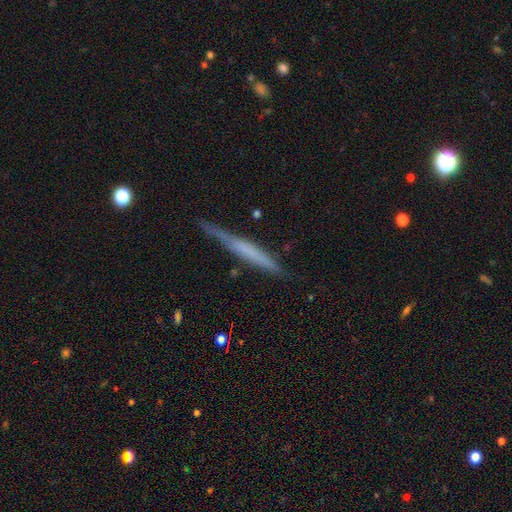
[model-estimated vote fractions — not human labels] smooth_or_featured: featured or disk (p=0.49) [alt: smooth p=0.45]
merging: none (p=0.75) [alt: minor disturbance p=0.19]